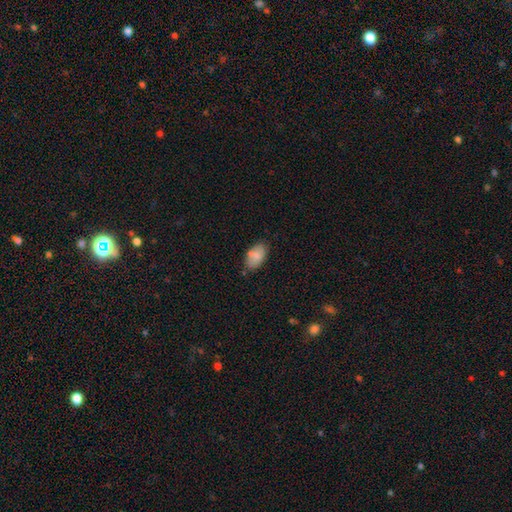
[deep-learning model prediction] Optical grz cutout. It shows a smooth galaxy with no disk features (80%) that is in between round and cigar-shaped (93%). Merging: none (70%).